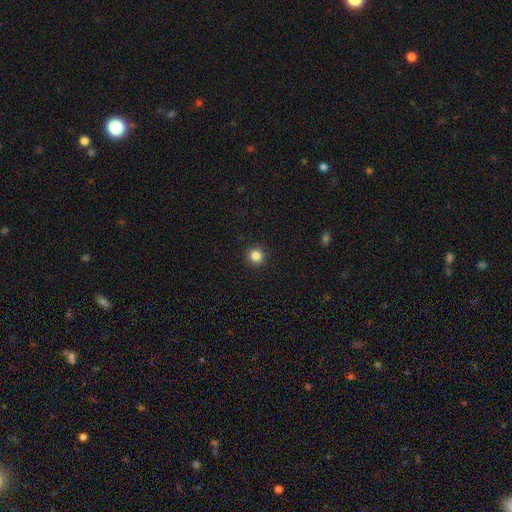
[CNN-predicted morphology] This appears to be a smooth galaxy with no disk features (85%) that is round (93%). Merging: none (93%).